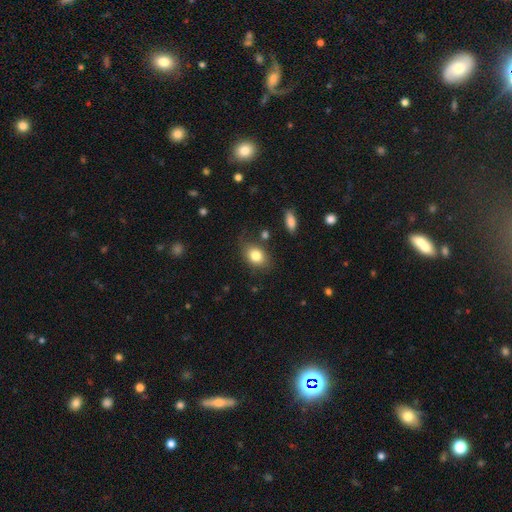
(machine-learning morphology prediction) The model was most divided on "how rounded": in between: 71%, round: 28%, cigar-shaped: 1%. More confident: smooth or featured — smooth (81%); merging — none (74%).